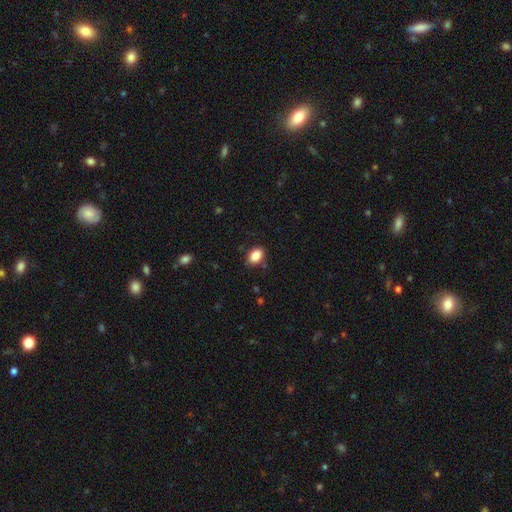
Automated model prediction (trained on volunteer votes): Morphology: type=smooth (87%); roundness=in between (84%); merging=none (84%).